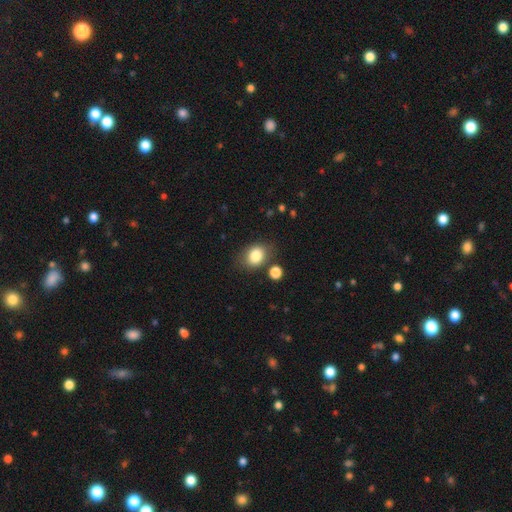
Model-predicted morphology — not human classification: smooth-or-featured: smooth: 83% | star or artifact: 10% | featured or disk: 8%
  how-rounded: in between: 58% | round: 41% | cigar-shaped: 1%
  merging: none: 74% | minor disturbance: 15% | merger: 7% | major disturbance: 5%